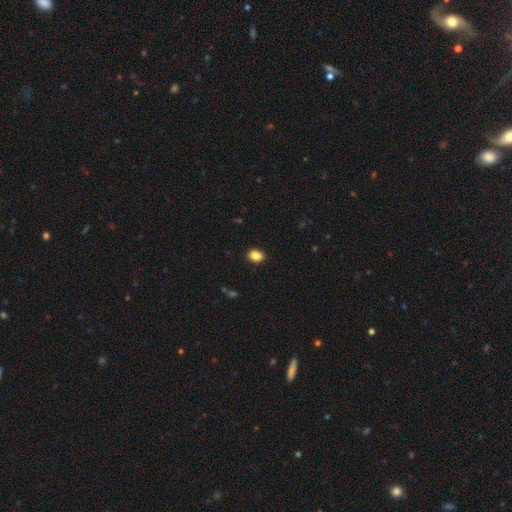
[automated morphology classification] Smooth or featured? Predicted: smooth (p=0.87). How rounded? Predicted: in between (p=0.74). Merging? Predicted: none (p=0.89).